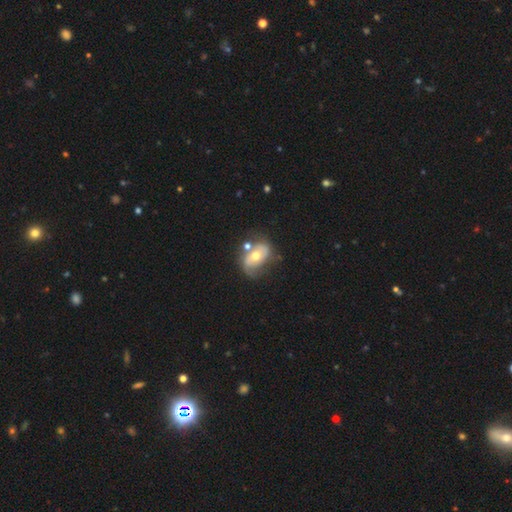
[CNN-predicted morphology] featured or disk 63%, smooth 30%, star or artifact 7%. Down the decision tree: edge-on disk — no (95%); bar — no (61%); spiral arms — yes (68%); bulge size — moderate (74%); merging — none (49%).